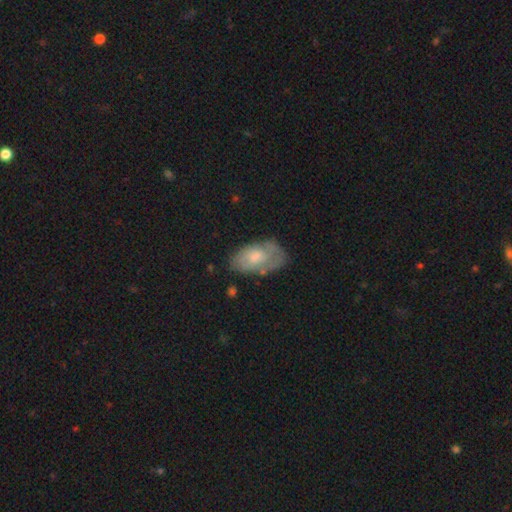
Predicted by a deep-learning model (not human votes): This is possibly a smooth galaxy (50%). How rounded: clearly in between (92%). Merging: possibly none (60%).